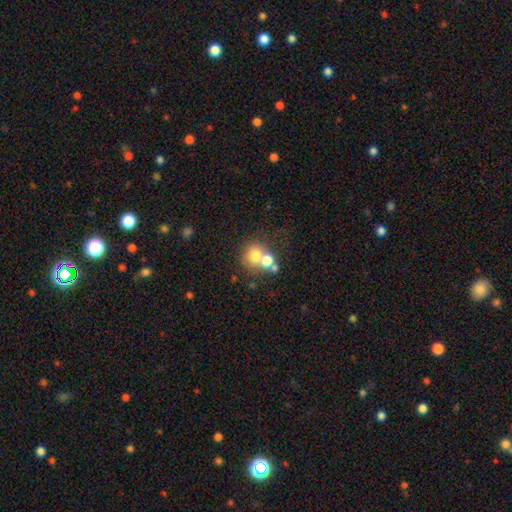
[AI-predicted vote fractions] Overall: smooth (69%). How rounded: round (78%). Merging: merger (50%; none 38%).